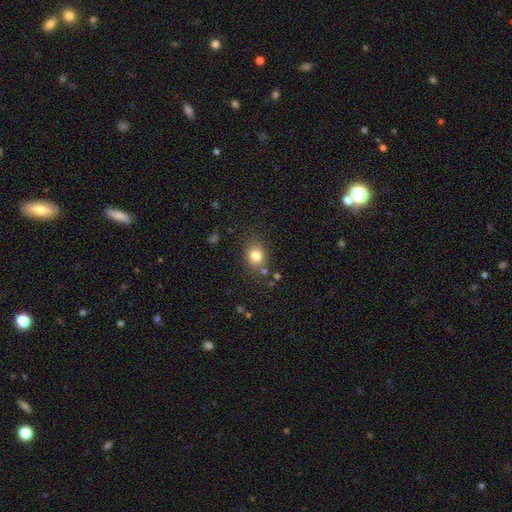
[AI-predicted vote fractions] A smooth galaxy with no disk features (80%) that is round (62%). Merging: none (78%).